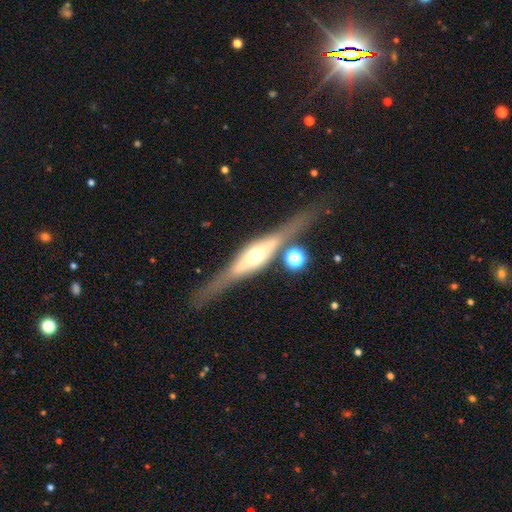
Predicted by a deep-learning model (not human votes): Smooth or featured: featured or disk — 76% (smooth — 17%)
Edge-on disk: yes — 95% (no — 5%)
Edge-on bulge: rounded — 89% (boxy — 8%)
Merging: none — 76% (minor disturbance — 13%)